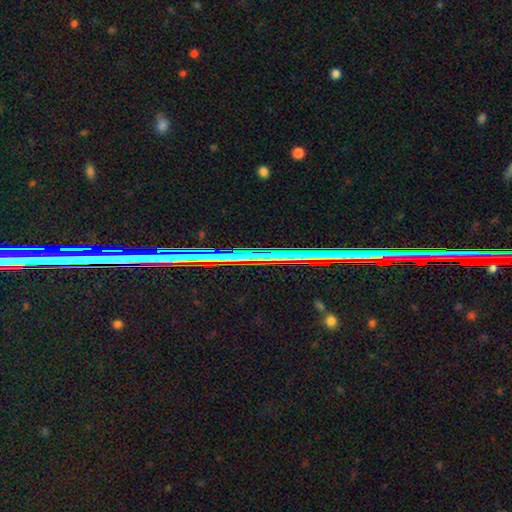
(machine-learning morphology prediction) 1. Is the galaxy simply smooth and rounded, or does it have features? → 74% star or artifact, 17% featured or disk, 9% smooth.